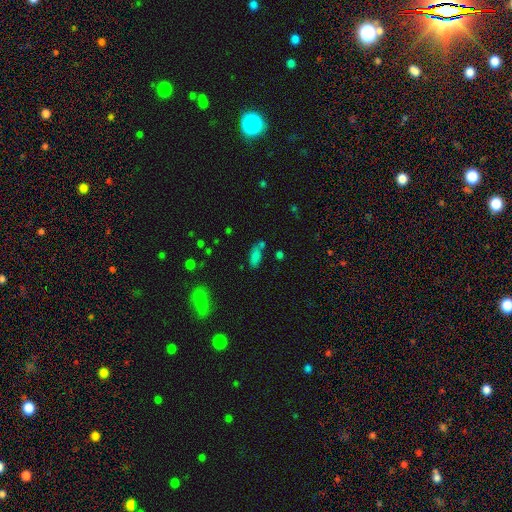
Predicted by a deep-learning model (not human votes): Morphology: type=smooth (77%); roundness=in between (81%); merging=none (58%).